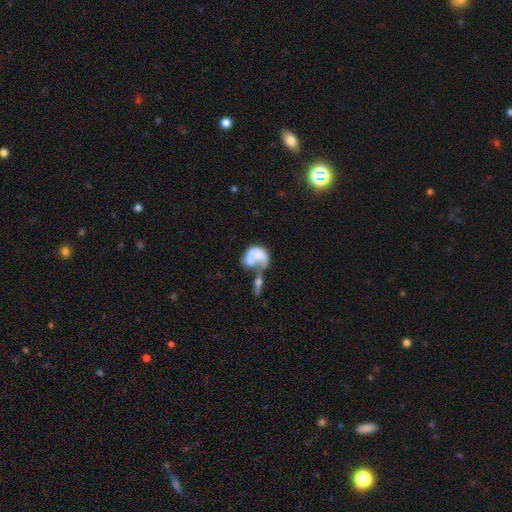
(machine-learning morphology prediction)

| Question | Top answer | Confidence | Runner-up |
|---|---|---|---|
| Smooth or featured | featured or disk | 47% | smooth (44%) |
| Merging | merger | 46% | major disturbance (28%) |